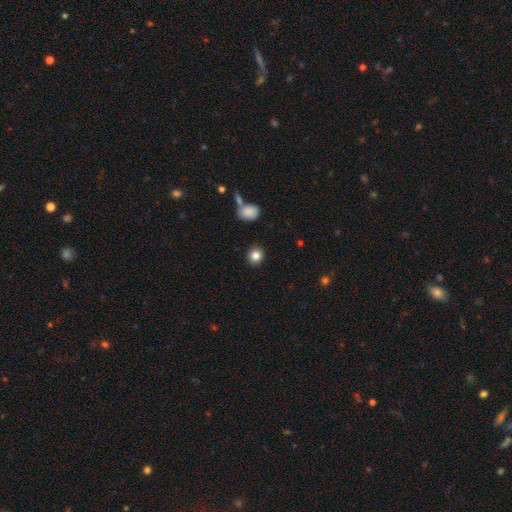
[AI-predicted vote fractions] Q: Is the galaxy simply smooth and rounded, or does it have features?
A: smooth — 85%.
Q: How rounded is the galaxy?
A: round — 89%.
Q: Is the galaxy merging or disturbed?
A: none — 90%.